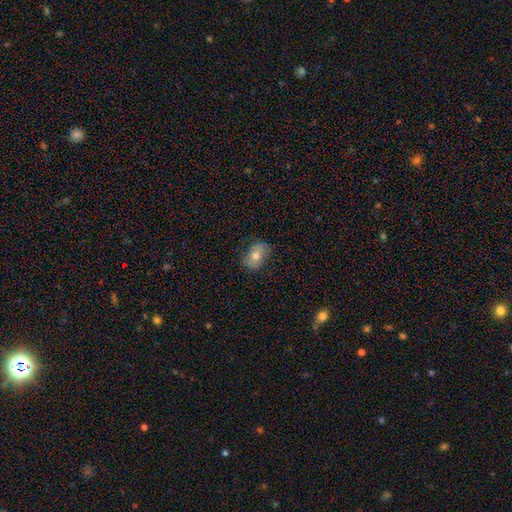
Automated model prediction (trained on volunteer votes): Q: Smooth or featured?
A: smooth (58%); runner-up: featured or disk (32%)
Q: How rounded?
A: in between (77%); runner-up: round (21%)
Q: Merging?
A: none (79%); runner-up: minor disturbance (16%)